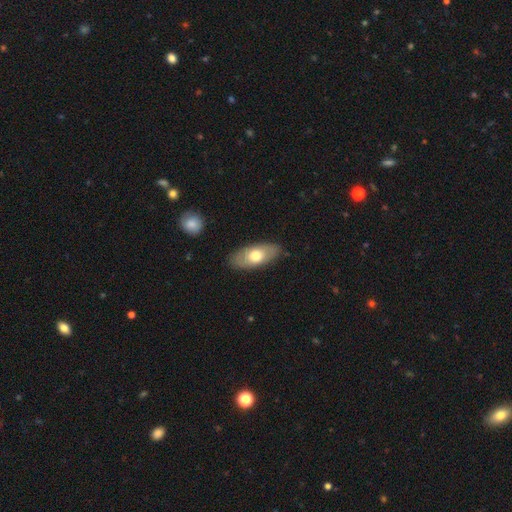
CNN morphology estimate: type=smooth (61%); roundness=in between (87%); merging=none (85%).